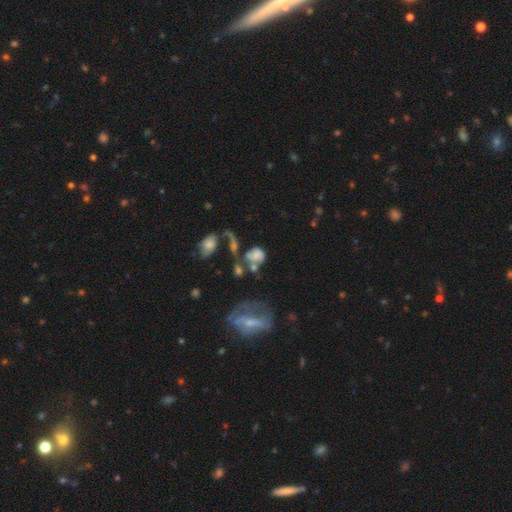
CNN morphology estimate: A smooth galaxy with no disk features (52%) that is in between round and cigar-shaped (51%). Merging: merger (33%).